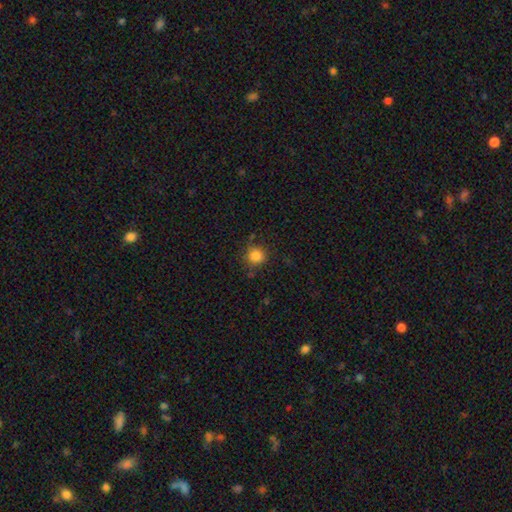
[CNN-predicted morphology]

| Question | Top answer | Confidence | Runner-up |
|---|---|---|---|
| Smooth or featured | smooth | 85% | star or artifact (11%) |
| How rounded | round | 91% | in between (8%) |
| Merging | none | 79% | minor disturbance (14%) |